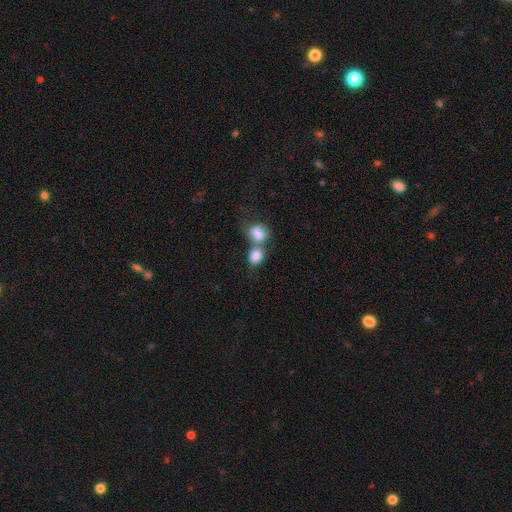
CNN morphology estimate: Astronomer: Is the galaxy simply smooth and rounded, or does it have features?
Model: smooth — 82%.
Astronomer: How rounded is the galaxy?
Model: in between — 72%.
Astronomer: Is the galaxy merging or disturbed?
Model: merger — 63%.